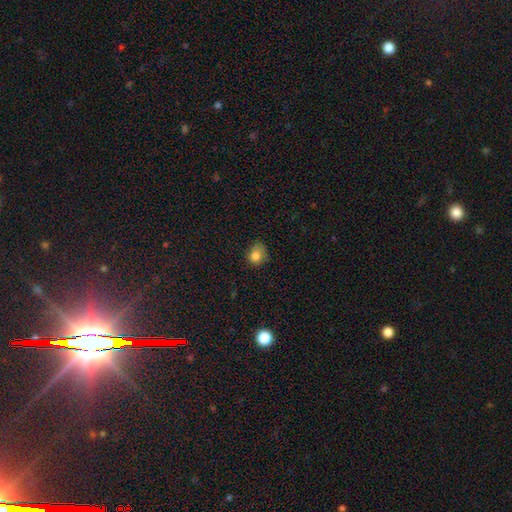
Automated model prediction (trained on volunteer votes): Smooth or featured? Predicted: smooth (p=0.80). How rounded? Predicted: round (p=0.68). Merging? Predicted: none (p=0.60).